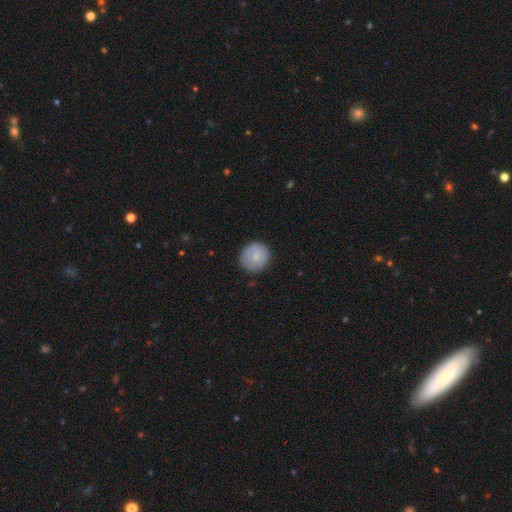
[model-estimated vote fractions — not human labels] A smooth galaxy with no disk features (78%) that is round (88%). Merging: none (82%).